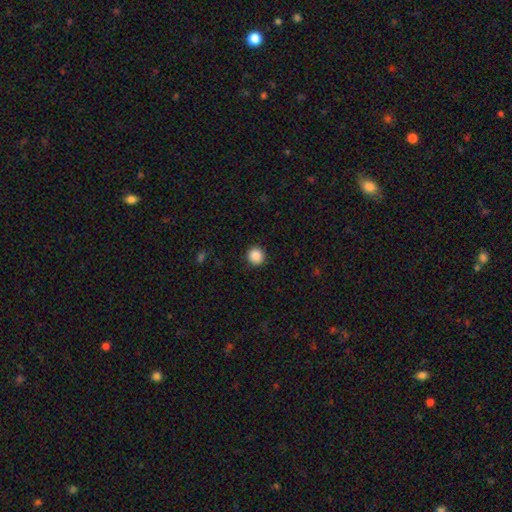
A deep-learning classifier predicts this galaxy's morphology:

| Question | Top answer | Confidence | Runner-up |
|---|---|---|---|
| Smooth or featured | smooth | 88% | star or artifact (10%) |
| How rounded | round | 93% | in between (6%) |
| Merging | none | 91% | minor disturbance (6%) |